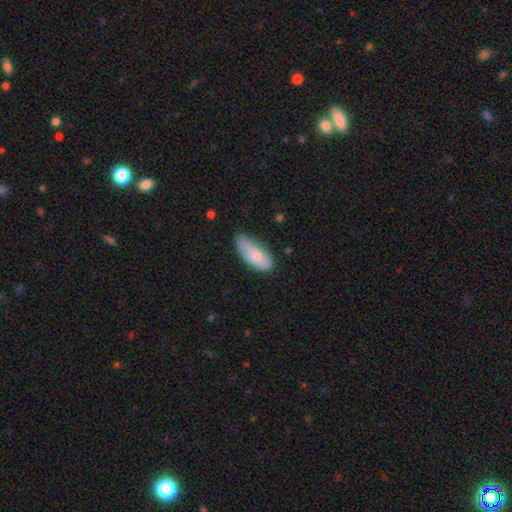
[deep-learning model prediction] Morphology: type=smooth (78%); roundness=in between (86%); merging=none (57%).